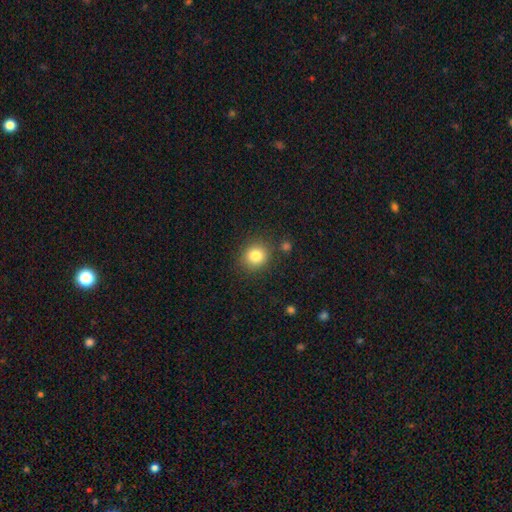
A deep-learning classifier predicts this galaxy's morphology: This appears to be a smooth galaxy with no disk features (82%) that is round (81%). Merging: none (84%).